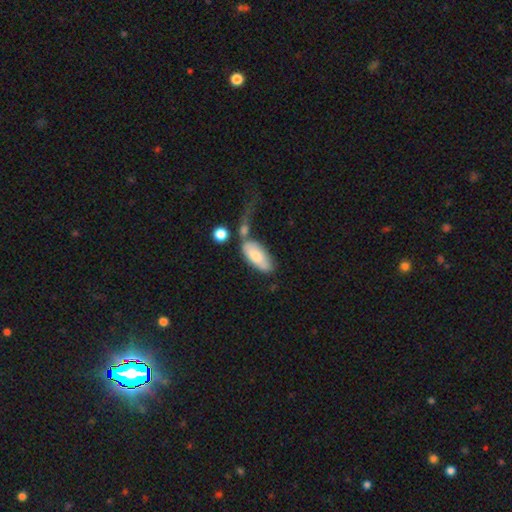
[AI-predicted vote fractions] Overall: smooth (71%). How rounded: in between (86%). Merging: none (43%; minor disturbance 22%).